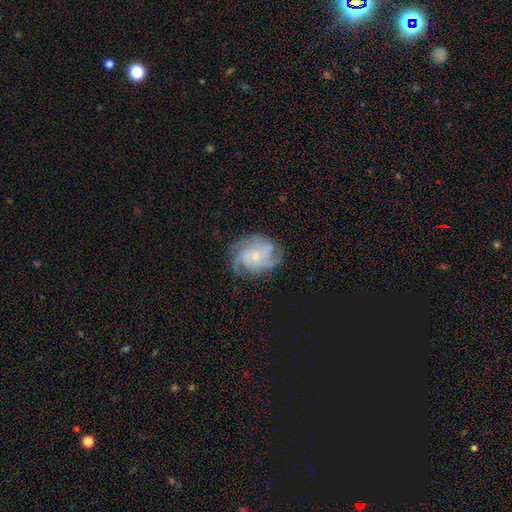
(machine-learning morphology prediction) A featured or disk galaxy (84%) with no bar (72%), 4 (31%) tight (52%) spiral arms (97%) and a small central bulge (67%). Merging: none (75%).